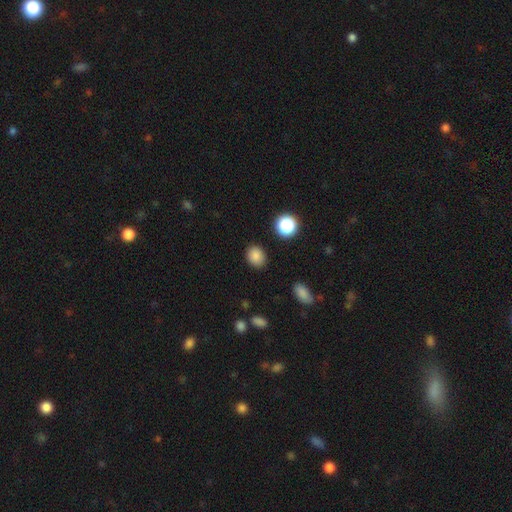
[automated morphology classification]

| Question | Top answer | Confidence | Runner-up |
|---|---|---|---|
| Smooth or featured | smooth | 85% | star or artifact (11%) |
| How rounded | round | 56% | in between (43%) |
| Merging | none | 87% | minor disturbance (9%) |